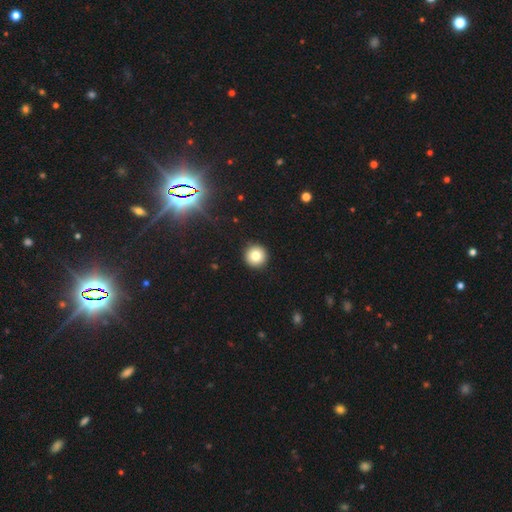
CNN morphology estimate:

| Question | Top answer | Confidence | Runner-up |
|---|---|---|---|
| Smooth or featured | smooth | 80% | star or artifact (11%) |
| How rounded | round | 96% | in between (3%) |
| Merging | none | 93% | minor disturbance (4%) |